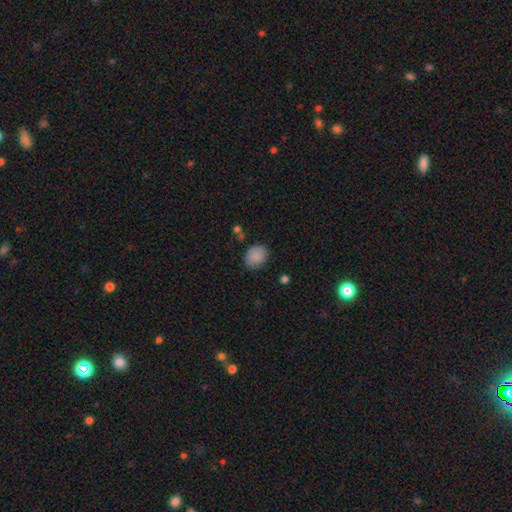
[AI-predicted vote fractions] A smooth galaxy with no disk features (87%) that is round (56%). Merging: none (81%).